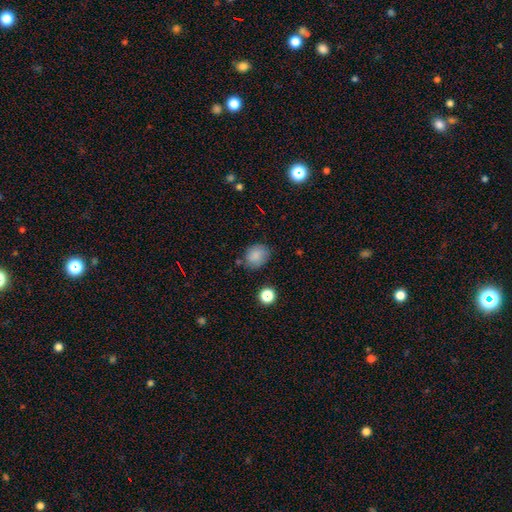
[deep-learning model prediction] Morphology: type=smooth (83%); roundness=round (55%); merging=none (74%).